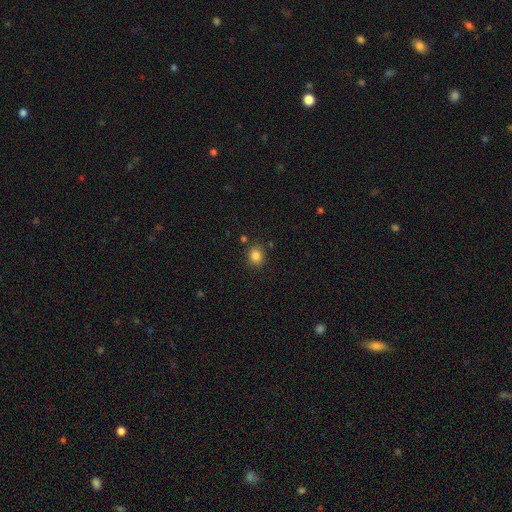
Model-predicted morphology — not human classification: Overall: smooth (84%). How rounded: round (65%; in between 34%). Merging: none (83%).